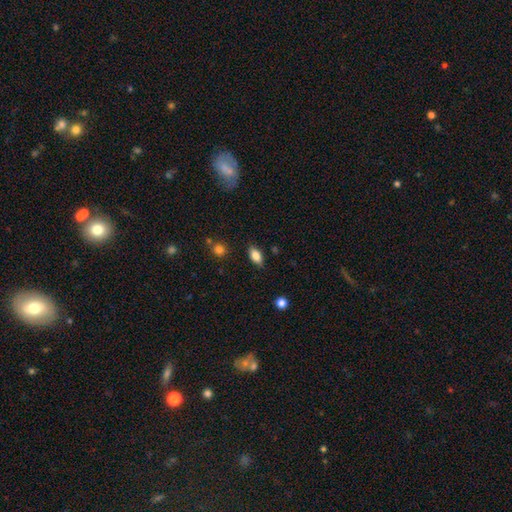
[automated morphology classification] type=smooth (79%); roundness=in between (88%); merging=none (83%).